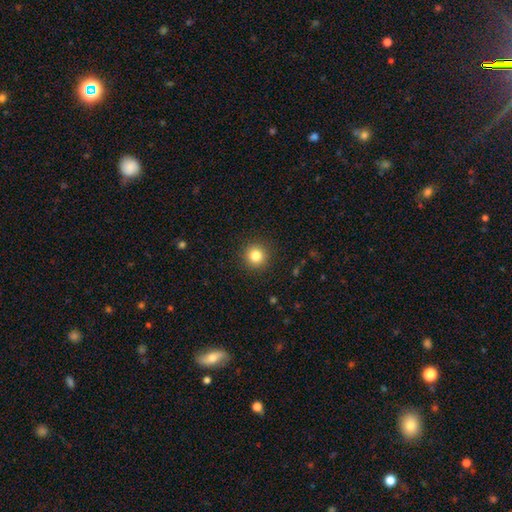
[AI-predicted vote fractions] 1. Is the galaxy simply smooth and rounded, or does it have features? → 83% smooth, 12% star or artifact, 6% featured or disk.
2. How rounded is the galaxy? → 95% round, 5% in between, 1% cigar-shaped.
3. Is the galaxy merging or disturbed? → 92% none, 5% minor disturbance, 2% major disturbance, 1% merger.